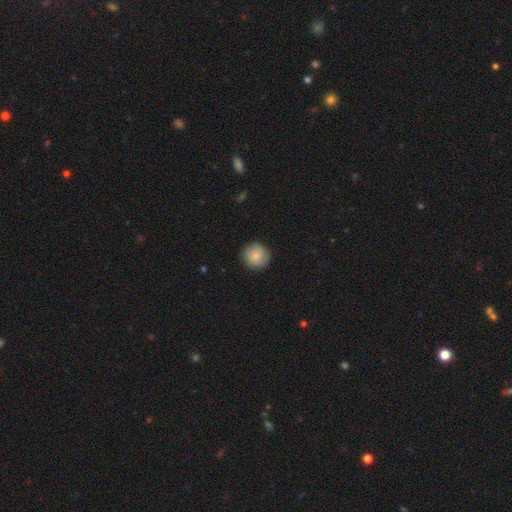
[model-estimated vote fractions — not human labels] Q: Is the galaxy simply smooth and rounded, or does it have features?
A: smooth — 74%.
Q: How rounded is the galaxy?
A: round — 93%.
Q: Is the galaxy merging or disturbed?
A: none — 85%.